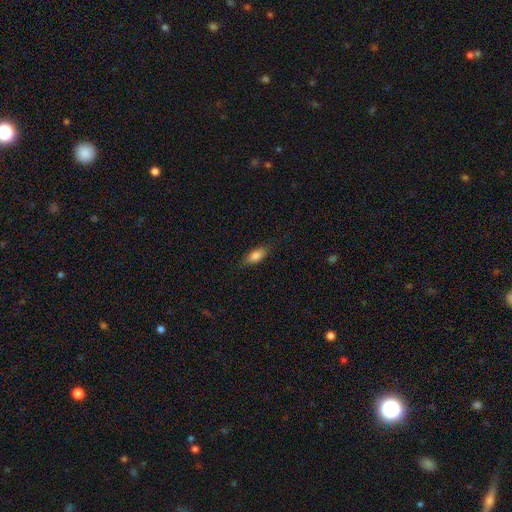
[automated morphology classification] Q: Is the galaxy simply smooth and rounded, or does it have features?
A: smooth — 81%.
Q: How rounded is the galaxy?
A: in between — 77%.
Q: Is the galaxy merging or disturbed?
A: none — 82%.